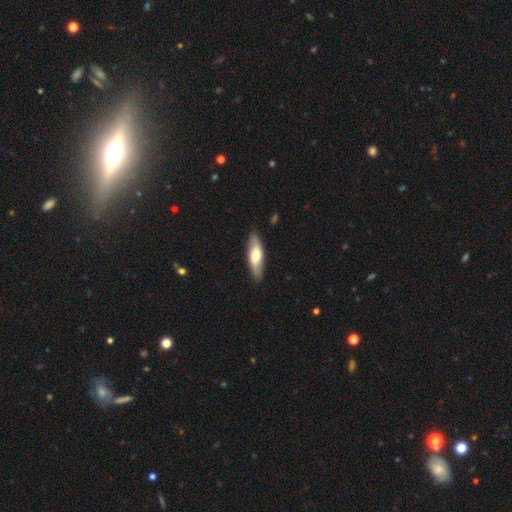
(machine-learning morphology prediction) smooth_or_featured: smooth (p=0.60) [alt: featured or disk p=0.35]
how_rounded: cigar-shaped (p=0.54) [alt: in between p=0.44]
merging: none (p=0.86) [alt: minor disturbance p=0.11]